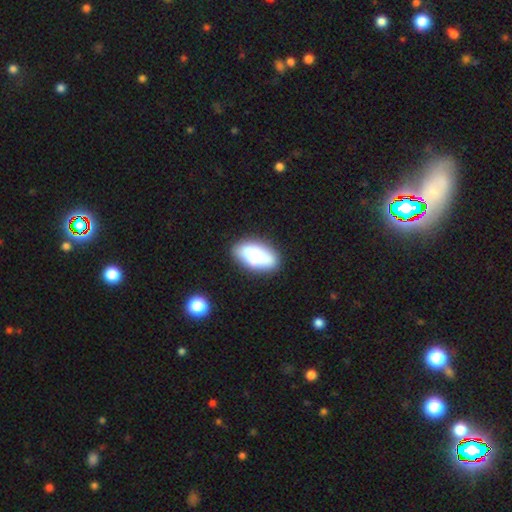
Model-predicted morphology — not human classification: smooth-or-featured: smooth: 77% | featured or disk: 16% | star or artifact: 7%
  how-rounded: in between: 89% | cigar-shaped: 7% | round: 4%
  merging: none: 81% | minor disturbance: 13% | major disturbance: 3% | merger: 2%